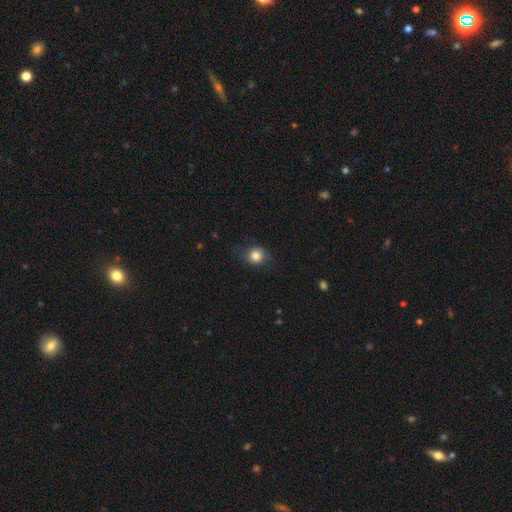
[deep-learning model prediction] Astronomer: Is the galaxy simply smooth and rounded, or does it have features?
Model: smooth — 82%.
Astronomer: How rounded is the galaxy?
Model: round — 75%.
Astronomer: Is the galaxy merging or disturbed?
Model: none — 74%.